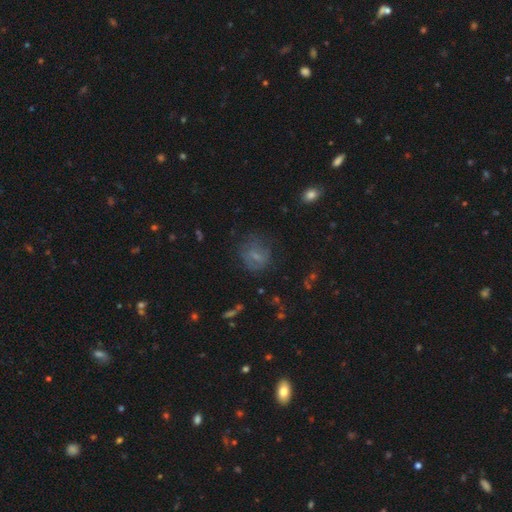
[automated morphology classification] Smooth or featured?
  - smooth: 52% *
  - featured or disk: 31%
  - star or artifact: 17%
How rounded?
  - round: 65% *
  - in between: 33%
  - cigar-shaped: 2%
Merging?
  - none: 60% *
  - minor disturbance: 22%
  - major disturbance: 16%
  - merger: 2%